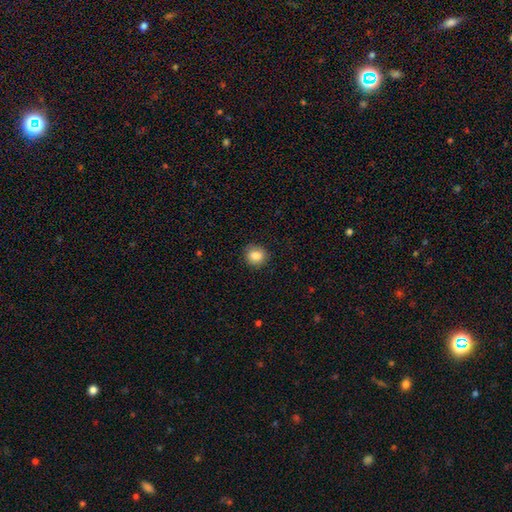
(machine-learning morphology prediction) A smooth galaxy with no disk features (86%) that is round (79%). Merging: none (87%).